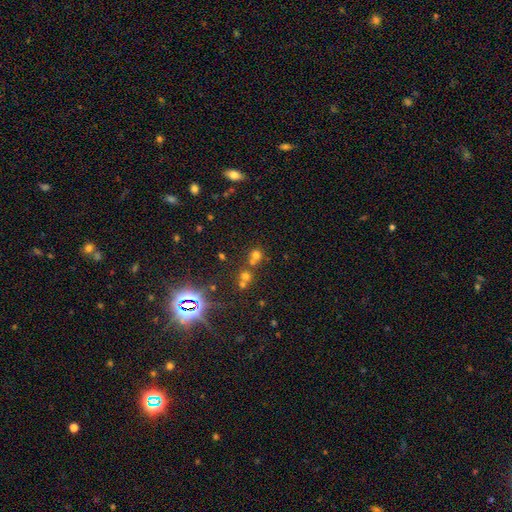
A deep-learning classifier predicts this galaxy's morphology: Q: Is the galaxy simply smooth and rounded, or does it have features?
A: smooth — 60%.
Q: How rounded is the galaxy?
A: round — 88%.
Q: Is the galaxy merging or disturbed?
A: none — 55%.